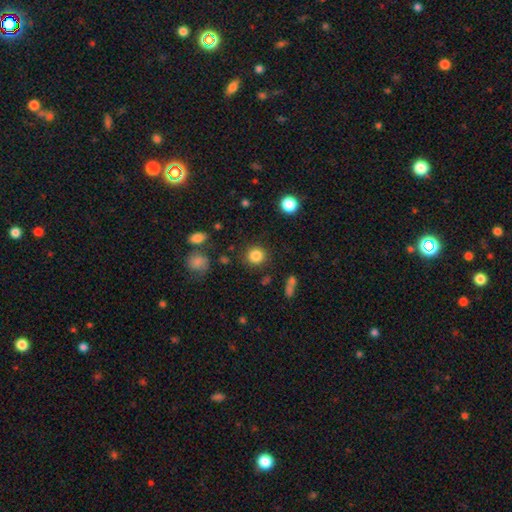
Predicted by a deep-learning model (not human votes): Morphology: type=smooth (84%); roundness=round (91%); merging=none (87%).